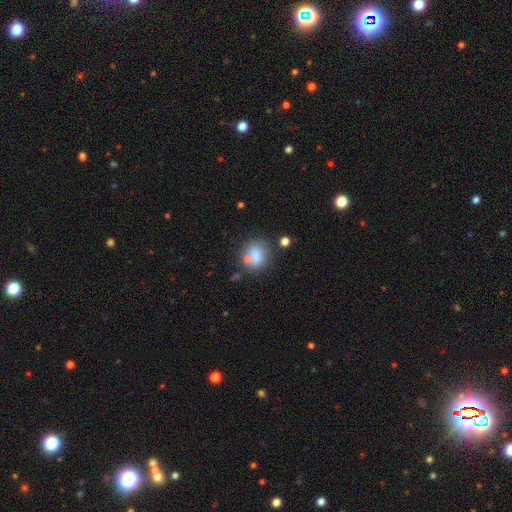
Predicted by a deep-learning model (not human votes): This is likely a smooth galaxy (75%). How rounded: likely round (64%). Merging: possibly none (58%).